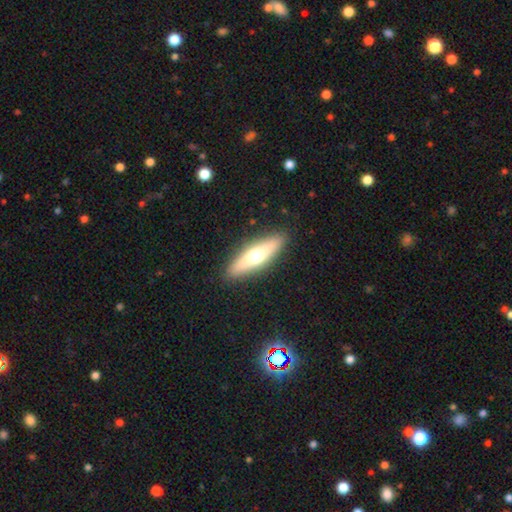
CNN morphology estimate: smooth_or_featured: smooth (p=0.51) [alt: featured or disk p=0.43]
how_rounded: cigar-shaped (p=0.67) [alt: in between p=0.31]
merging: none (p=0.89) [alt: minor disturbance p=0.08]